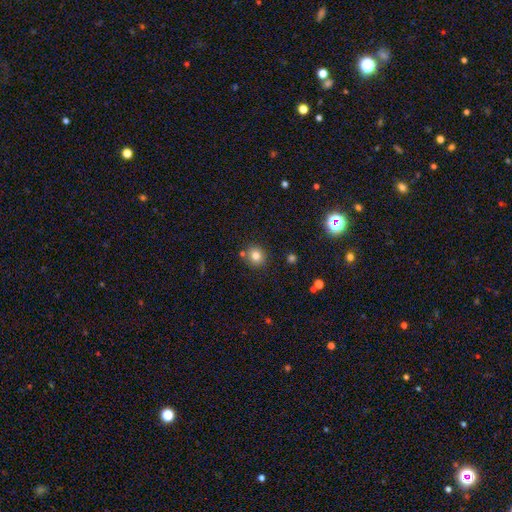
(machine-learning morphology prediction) Overall: smooth (80%). How rounded: round (88%). Merging: none (80%).